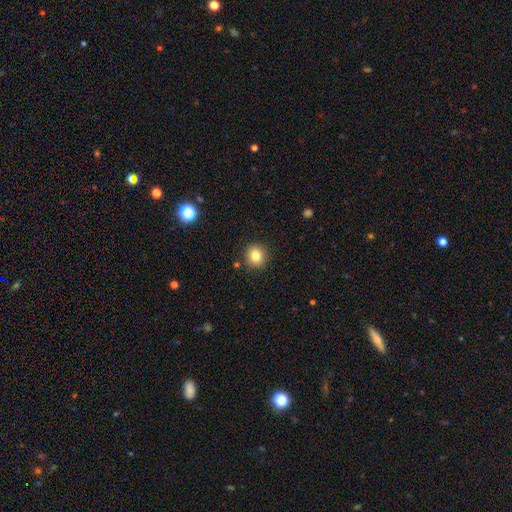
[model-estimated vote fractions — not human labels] Smooth or featured?
  - smooth: 81% *
  - star or artifact: 11%
  - featured or disk: 8%
How rounded?
  - round: 88% *
  - in between: 11%
  - cigar-shaped: 1%
Merging?
  - none: 90% *
  - minor disturbance: 7%
  - major disturbance: 2%
  - merger: 2%